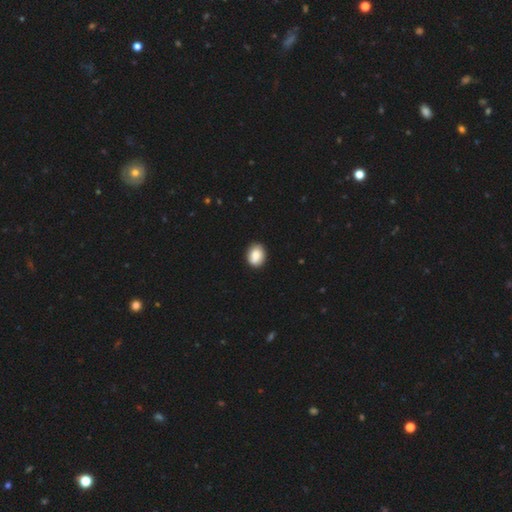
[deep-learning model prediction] This is clearly a smooth galaxy (84%). How rounded: possibly in between (58%). Merging: clearly none (84%).